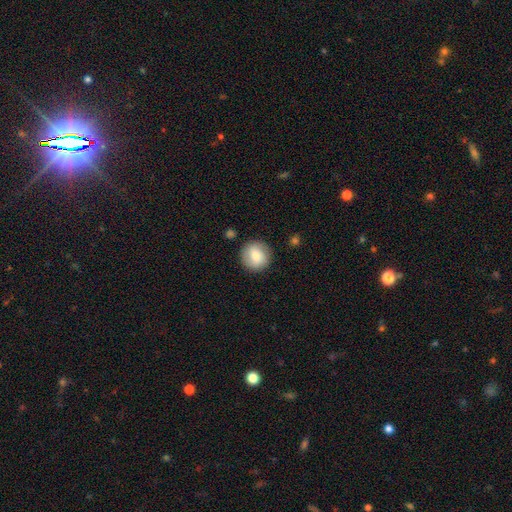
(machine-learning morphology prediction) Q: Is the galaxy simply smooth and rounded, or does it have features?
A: smooth — 73%.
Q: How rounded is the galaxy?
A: round — 94%.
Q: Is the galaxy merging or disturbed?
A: none — 88%.